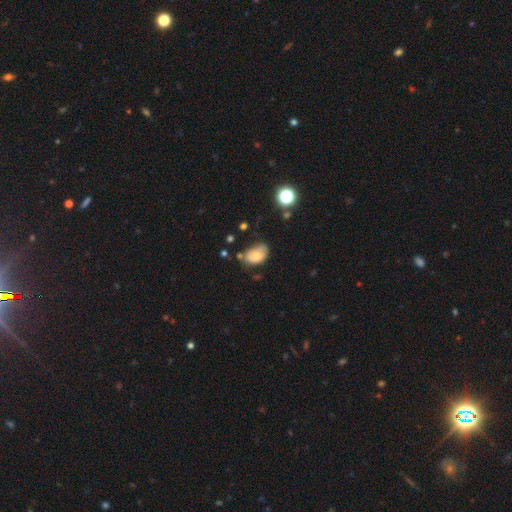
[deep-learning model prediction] A smooth galaxy with no disk features (73%) that is in between round and cigar-shaped (82%).

Vote fractions:
- Smooth or featured? smooth: 73% / featured or disk: 17% / star or artifact: 10%
- How rounded? in between: 82% / round: 17% / cigar-shaped: 1%
- Merging? none: 46% / minor disturbance: 37% / major disturbance: 11% / merger: 6%